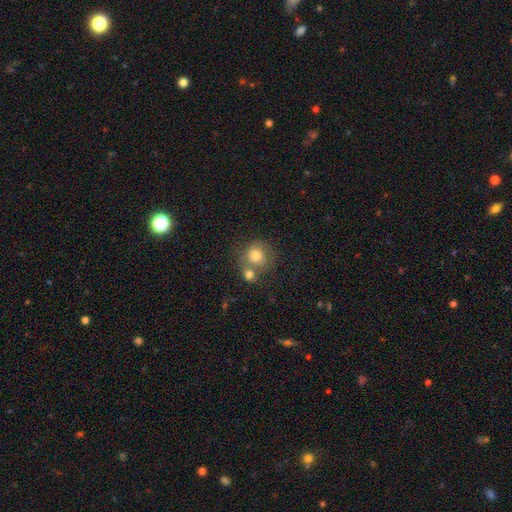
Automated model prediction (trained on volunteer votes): smooth-or-featured: smooth: 69% | featured or disk: 22% | star or artifact: 9%
  how-rounded: round: 86% | in between: 13% | cigar-shaped: 1%
  merging: merger: 41% (tied) | none: 41% (tied) | minor disturbance: 12% | major disturbance: 7%